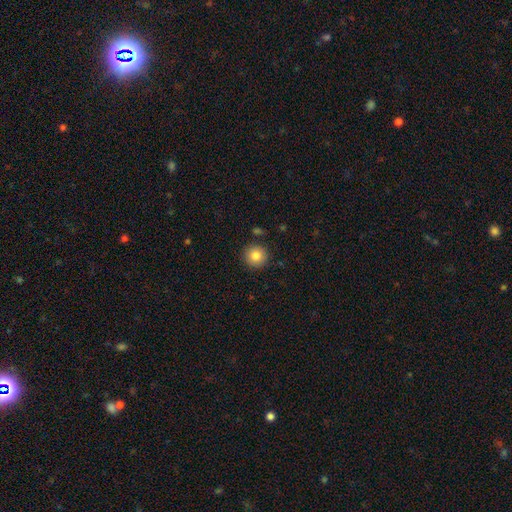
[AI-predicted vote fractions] The model was most divided on "smooth or featured": smooth: 84%, star or artifact: 9%, featured or disk: 7%. More confident: how rounded — round (94%); merging — none (89%).